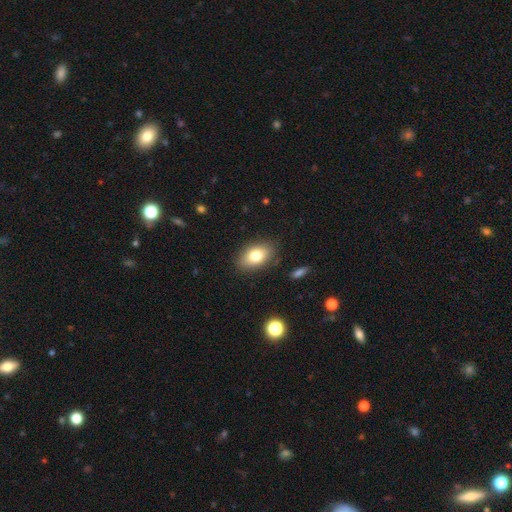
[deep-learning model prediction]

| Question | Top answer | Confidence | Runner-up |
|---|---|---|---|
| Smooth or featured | smooth | 78% | featured or disk (14%) |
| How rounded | in between | 87% | round (11%) |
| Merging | none | 85% | minor disturbance (11%) |